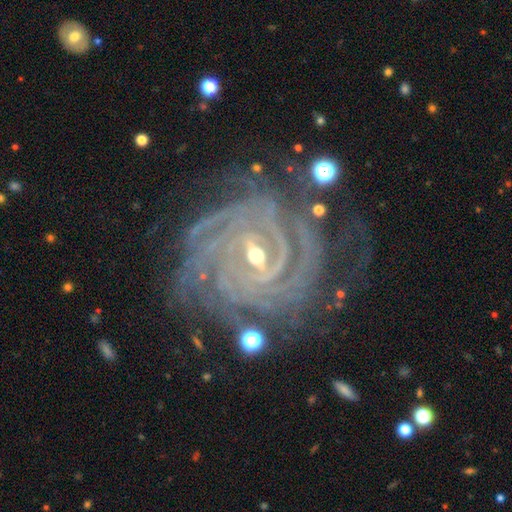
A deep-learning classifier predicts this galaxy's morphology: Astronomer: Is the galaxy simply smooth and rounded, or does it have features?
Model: featured or disk — 92%.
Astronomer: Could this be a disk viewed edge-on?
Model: no — 97%.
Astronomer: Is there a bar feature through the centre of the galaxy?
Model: weak — 43% (runner-up: strong, 39%).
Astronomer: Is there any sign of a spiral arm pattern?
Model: yes — 99%.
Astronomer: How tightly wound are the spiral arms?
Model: tight — 86%.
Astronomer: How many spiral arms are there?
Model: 4 — 28% (runner-up: more than 4, 25%).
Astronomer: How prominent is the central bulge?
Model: small — 62%.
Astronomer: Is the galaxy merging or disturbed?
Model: none — 75%.